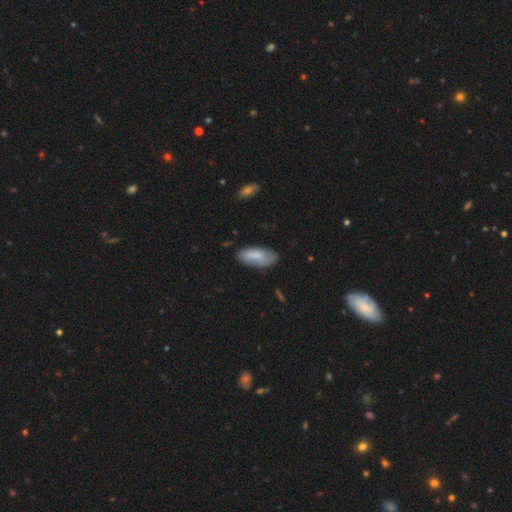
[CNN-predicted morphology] Smooth or featured? Predicted: smooth (p=0.80). How rounded? Predicted: in between (p=0.83). Merging? Predicted: none (p=0.71).